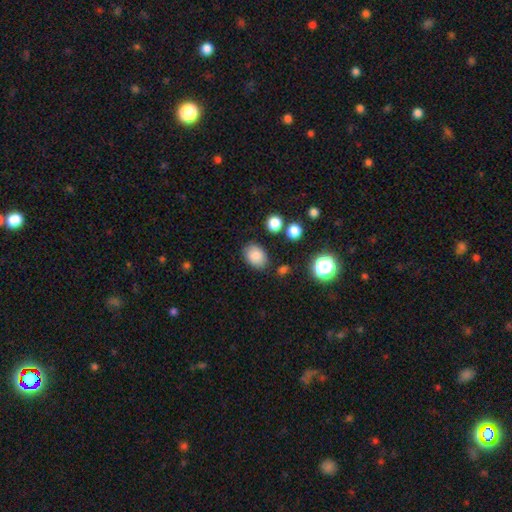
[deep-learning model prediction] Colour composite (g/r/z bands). It shows a smooth galaxy with no disk features (84%) that is in between round and cigar-shaped (74%). Merging: none (81%).